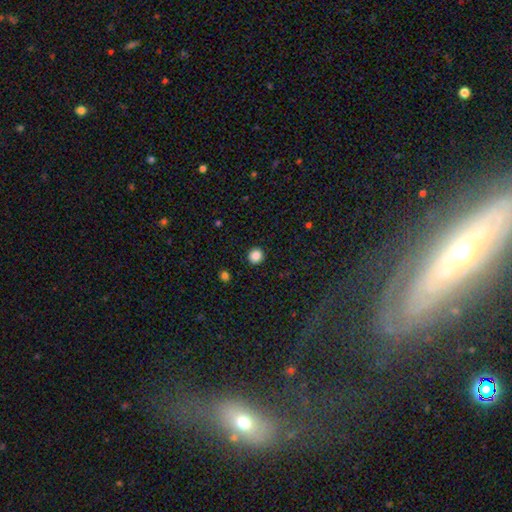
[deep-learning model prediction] Morphology: type=smooth (87%); roundness=round (93%); merging=none (93%).